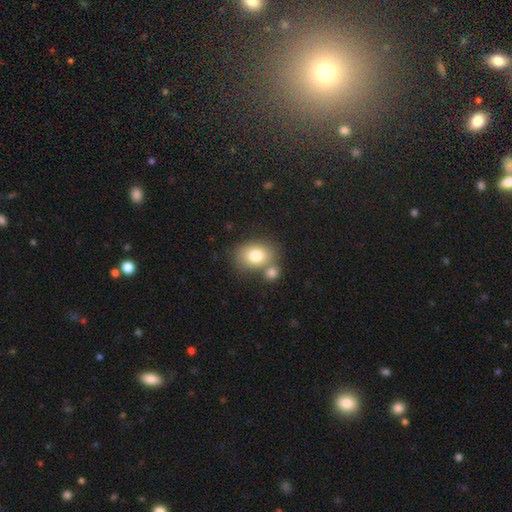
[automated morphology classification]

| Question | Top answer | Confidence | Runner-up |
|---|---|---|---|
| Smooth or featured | smooth | 79% | featured or disk (13%) |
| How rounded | in between | 55% | round (44%) |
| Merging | none | 54% | merger (29%) |